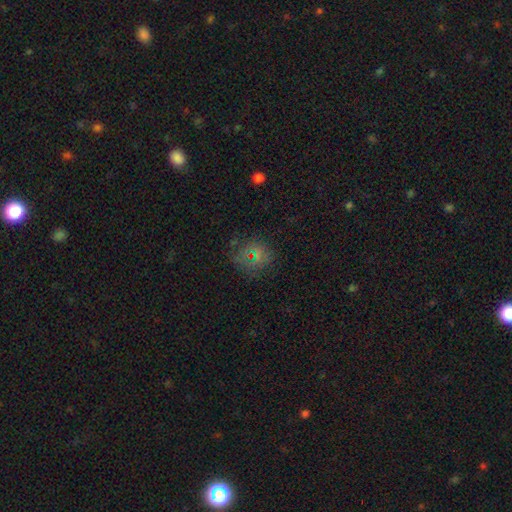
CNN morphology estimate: Smooth or featured?
  - smooth: 45% *
  - star or artifact: 38%
  - featured or disk: 17%
Merging?
  - none: 76% *
  - minor disturbance: 14%
  - major disturbance: 8%
  - merger: 2%